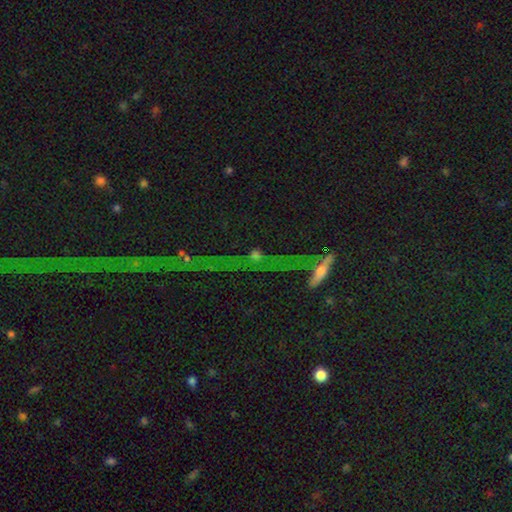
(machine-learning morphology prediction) This appears to be a star or artifact, not a galaxy (48%).